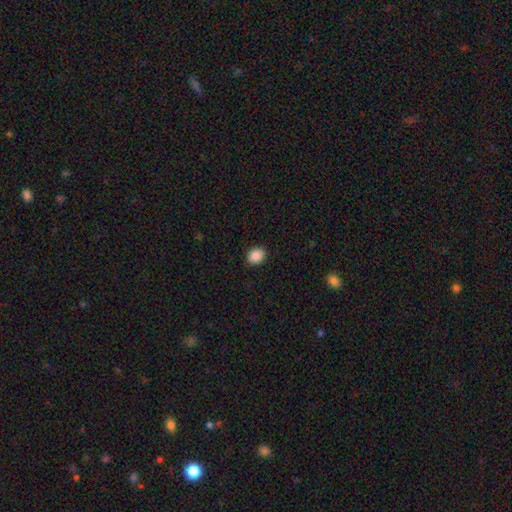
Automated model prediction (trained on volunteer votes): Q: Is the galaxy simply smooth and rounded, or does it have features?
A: smooth — 90%.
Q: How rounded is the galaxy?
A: in between — 54%.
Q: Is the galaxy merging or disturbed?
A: none — 89%.